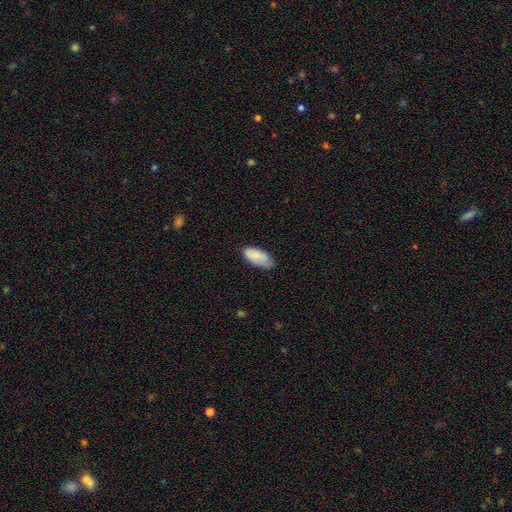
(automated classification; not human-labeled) Smooth or featured?
  - smooth: 82% *
  - featured or disk: 12%
  - star or artifact: 6%
How rounded?
  - in between: 91% *
  - cigar-shaped: 7%
  - round: 2%
Merging?
  - none: 61% *
  - minor disturbance: 32%
  - major disturbance: 6%
  - merger: 1%